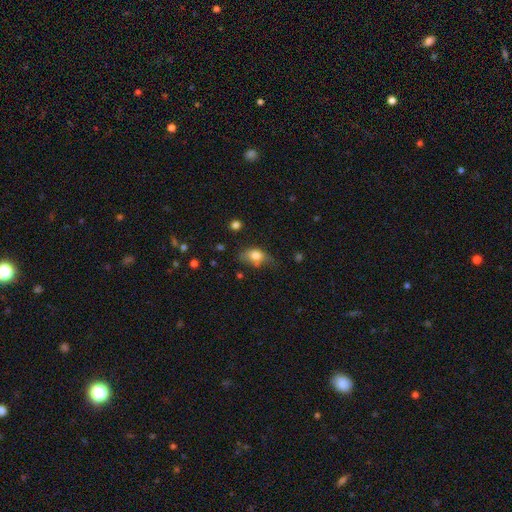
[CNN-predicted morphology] Smooth or featured? smooth (77%)
How rounded? in between (77%)
Merging? none (44%)